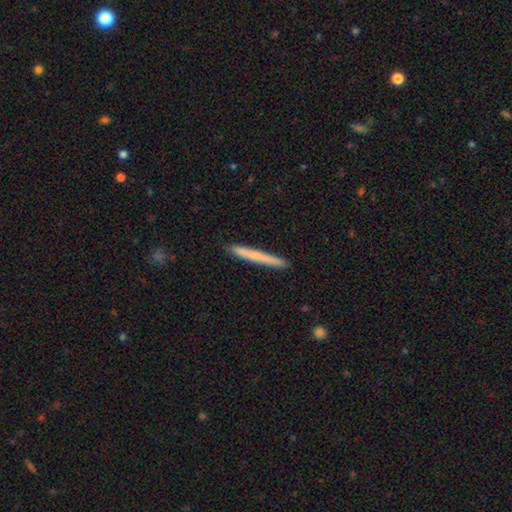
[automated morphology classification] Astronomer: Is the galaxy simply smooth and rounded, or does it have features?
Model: smooth — 64%.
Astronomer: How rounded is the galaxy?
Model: cigar-shaped — 97%.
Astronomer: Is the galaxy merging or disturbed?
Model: none — 90%.